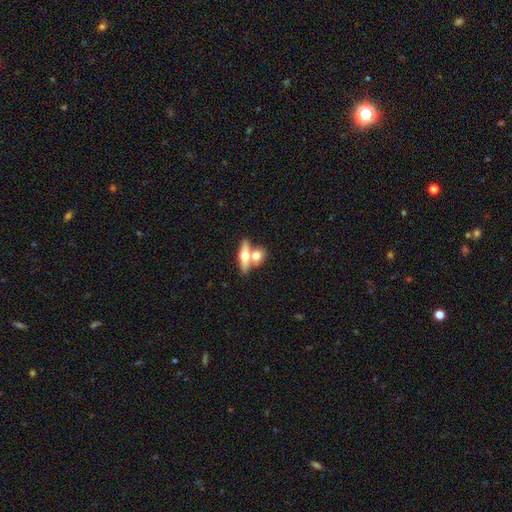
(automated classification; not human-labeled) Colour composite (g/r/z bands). It shows a smooth galaxy with no disk features (54%) that is in between round and cigar-shaped (53%). Merging: merger (52%).